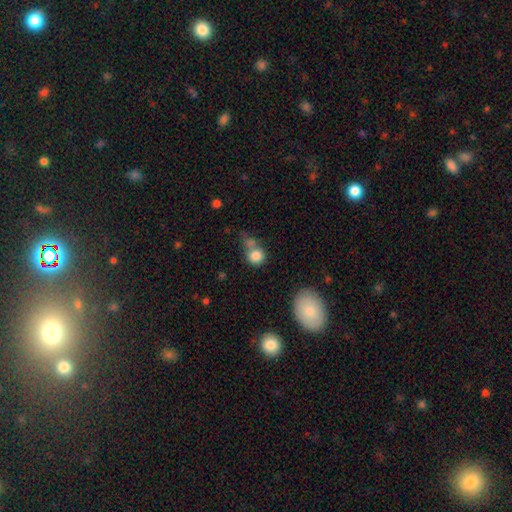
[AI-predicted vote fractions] The model was most divided on "merging": none: 44%, merger: 35%, minor disturbance: 14%, major disturbance: 7%. More confident: how rounded — round (83%); smooth or featured — smooth (82%).